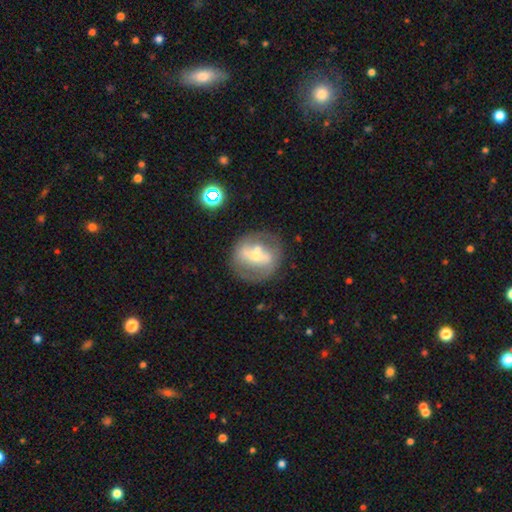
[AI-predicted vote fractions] featured or disk 63%, smooth 29%, star or artifact 9%. Down the decision tree: edge-on disk — no (93%); bar — strong (39%); spiral arms — no (57%); bulge size — small (46%); merging — none (64%).